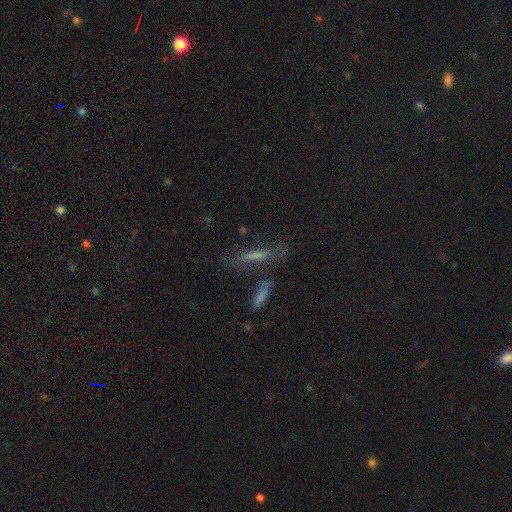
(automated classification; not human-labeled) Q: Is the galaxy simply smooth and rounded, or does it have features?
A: smooth — 47%.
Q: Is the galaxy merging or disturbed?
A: none — 59%.